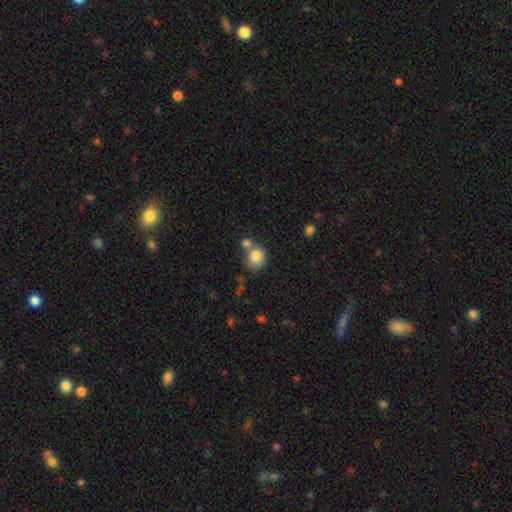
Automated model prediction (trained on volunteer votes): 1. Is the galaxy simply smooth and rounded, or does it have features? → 83% smooth, 9% star or artifact, 8% featured or disk.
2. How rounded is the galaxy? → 67% round, 32% in between, 1% cigar-shaped.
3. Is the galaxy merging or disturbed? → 40% none, 39% merger, 14% minor disturbance, 6% major disturbance.